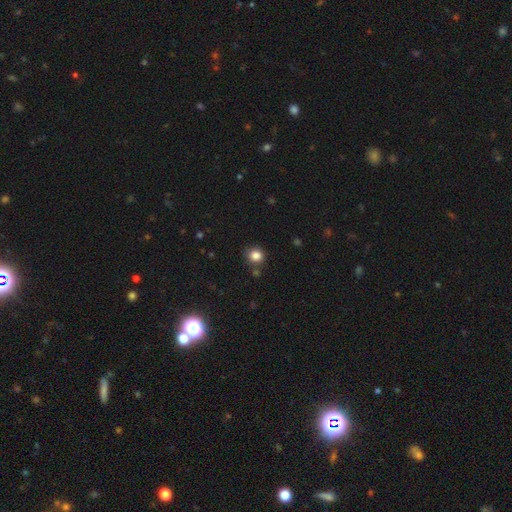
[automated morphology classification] Q: Smooth or featured?
A: smooth (83%); runner-up: star or artifact (12%)
Q: How rounded?
A: round (86%); runner-up: in between (13%)
Q: Merging?
A: none (81%); runner-up: minor disturbance (11%)